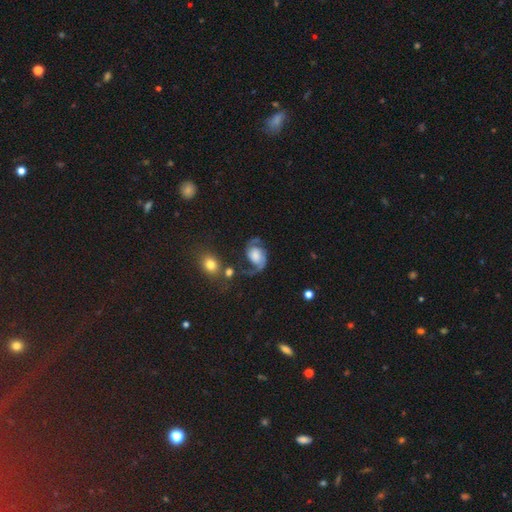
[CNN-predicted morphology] Smooth or featured: featured or disk — 80% (smooth — 13%)
Edge-on disk: no — 98% (yes — 2%)
Bar: no — 62% (weak — 30%)
Spiral arms: yes — 94% (no — 6%)
Spiral winding: medium — 44% (loose — 40%)
Spiral arm count: 2 — 86% (1 — 8%)
Bulge size: large — 35% (moderate — 24%)
Merging: none — 48% (major disturbance — 23%)